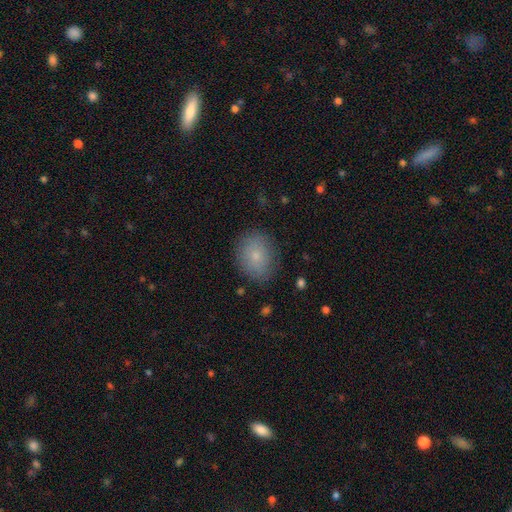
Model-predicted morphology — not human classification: smooth 79%, featured or disk 12%, star or artifact 9%. Down the decision tree: how rounded — round (50%); merging — none (82%).